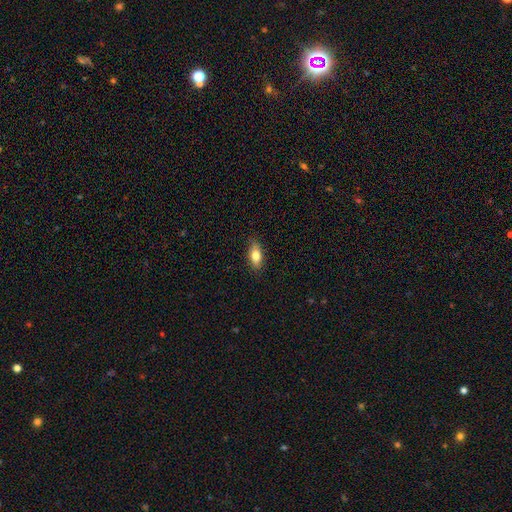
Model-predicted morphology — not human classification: smooth-or-featured: smooth: 78% | featured or disk: 15% | star or artifact: 7%
  how-rounded: in between: 83% | cigar-shaped: 13% | round: 5%
  merging: none: 84% | minor disturbance: 13% | major disturbance: 2% | merger: 1%